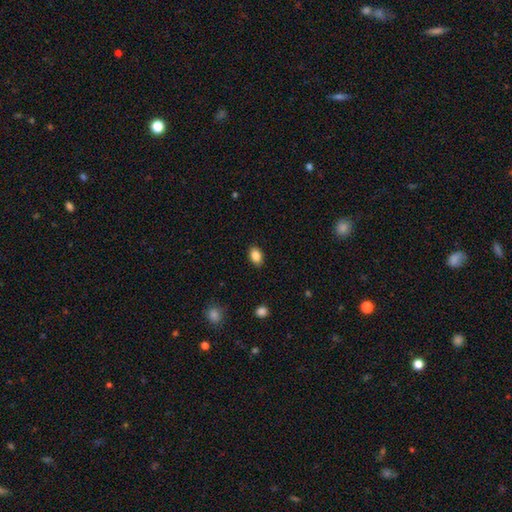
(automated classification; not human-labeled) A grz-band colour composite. It shows a smooth galaxy with no disk features (86%) that is in between round and cigar-shaped (84%). Merging: none (88%).